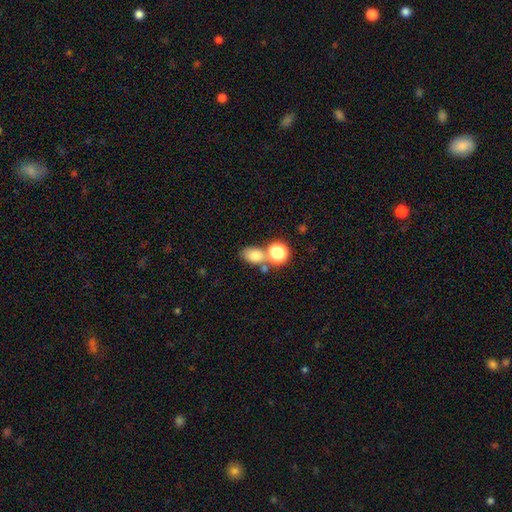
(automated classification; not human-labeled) smooth-or-featured: smooth: 76% | star or artifact: 14% | featured or disk: 10%
  how-rounded: in between: 66% | round: 32% | cigar-shaped: 2%
  merging: none: 51% | merger: 33% | minor disturbance: 11% | major disturbance: 5%